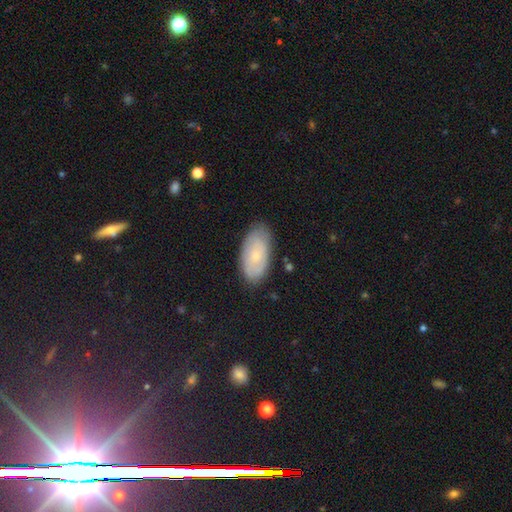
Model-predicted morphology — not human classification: Q: Smooth or featured?
A: smooth (56%); runner-up: featured or disk (36%)
Q: How rounded?
A: in between (93%); runner-up: cigar-shaped (4%)
Q: Merging?
A: none (79%); runner-up: minor disturbance (16%)